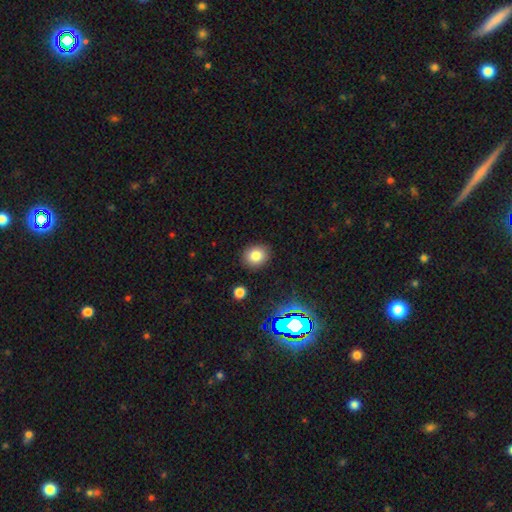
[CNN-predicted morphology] This appears to be a smooth galaxy with no disk features (81%) that is round (60%). Merging: none (88%).